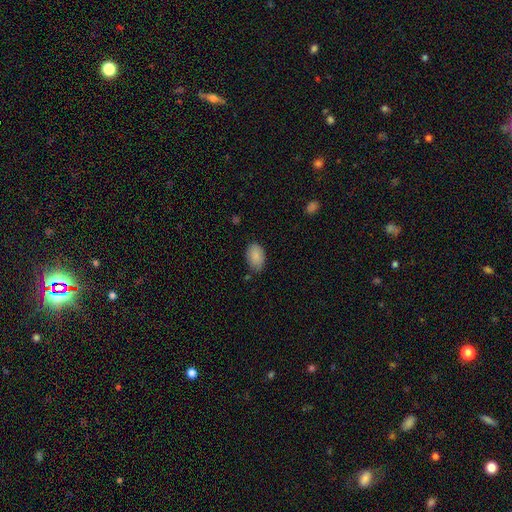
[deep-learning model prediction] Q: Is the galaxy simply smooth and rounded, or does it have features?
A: smooth — 87%.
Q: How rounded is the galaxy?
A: in between — 89%.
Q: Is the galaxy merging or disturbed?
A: none — 76%.